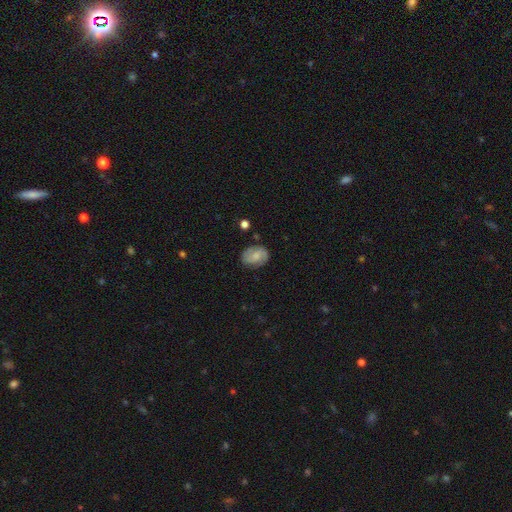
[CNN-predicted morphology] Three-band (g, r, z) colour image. It shows a featured or disk galaxy (57%) with no bar (49%), spiral arms (90%) and a small central bulge (36%). Merging: none (76%).